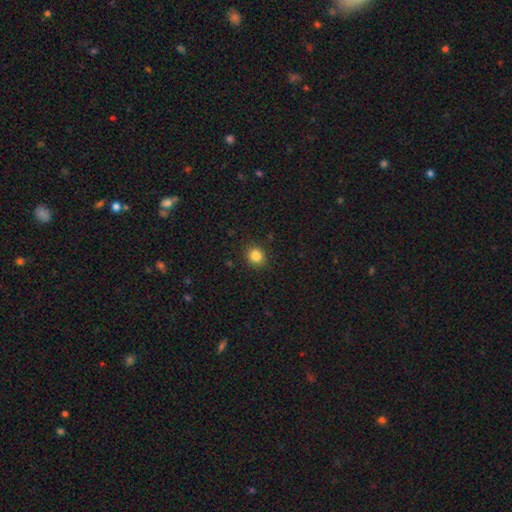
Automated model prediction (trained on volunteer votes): Morphology: type=smooth (85%); roundness=round (78%); merging=none (89%).